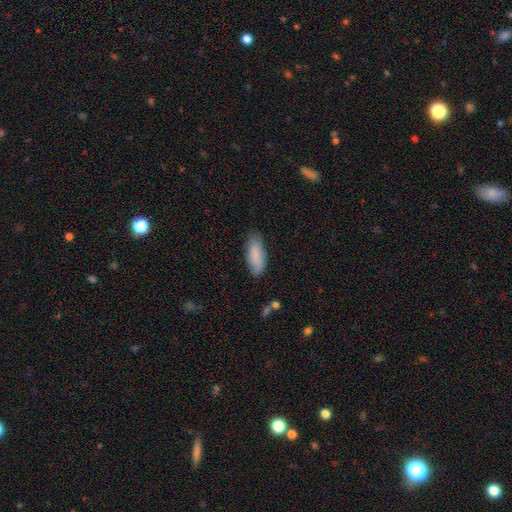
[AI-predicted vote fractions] smooth_or_featured: smooth (p=0.87) [alt: featured or disk p=0.07]
how_rounded: in between (p=0.75) [alt: cigar-shaped p=0.23]
merging: none (p=0.76) [alt: minor disturbance p=0.19]